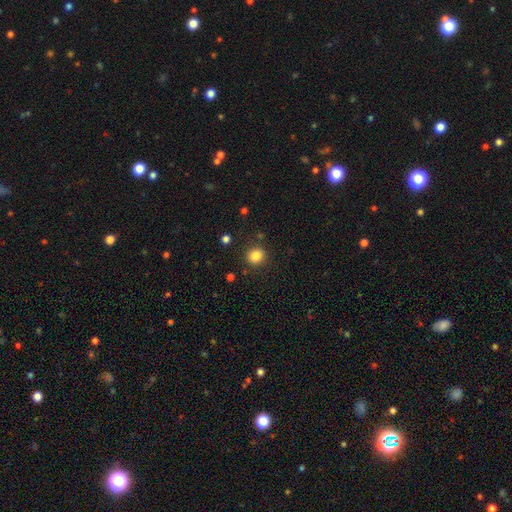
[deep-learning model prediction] Smooth or featured?
  - smooth: 84% *
  - star or artifact: 11%
  - featured or disk: 5%
How rounded?
  - round: 82% *
  - in between: 17%
  - cigar-shaped: 1%
Merging?
  - none: 88% *
  - minor disturbance: 8%
  - major disturbance: 3%
  - merger: 2%